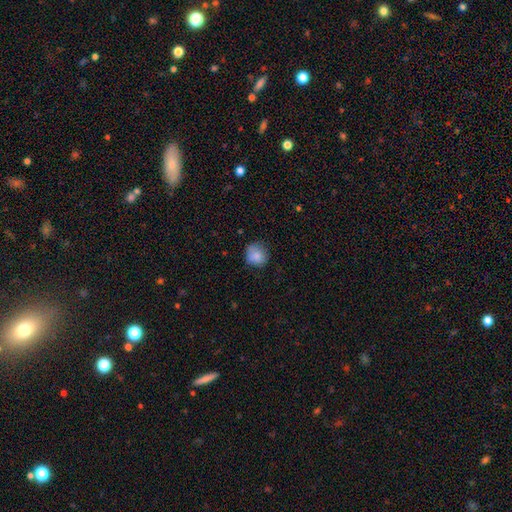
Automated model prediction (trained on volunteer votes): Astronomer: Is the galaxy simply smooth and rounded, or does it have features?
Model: smooth — 82%.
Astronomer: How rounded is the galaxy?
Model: round — 85%.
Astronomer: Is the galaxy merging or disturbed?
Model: none — 70%.